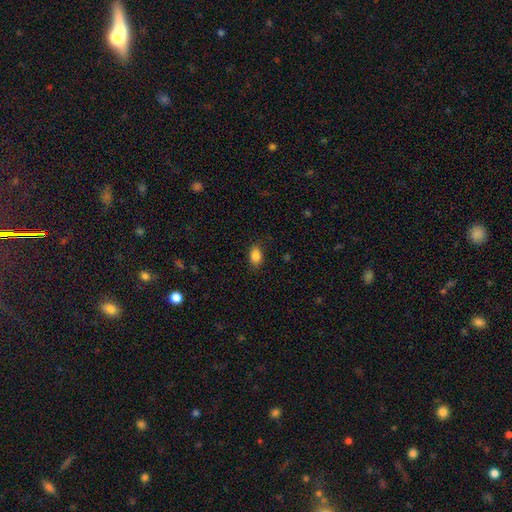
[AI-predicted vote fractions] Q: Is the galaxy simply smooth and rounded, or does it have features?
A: smooth — 87%.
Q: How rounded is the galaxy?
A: in between — 83%.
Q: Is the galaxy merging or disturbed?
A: none — 87%.